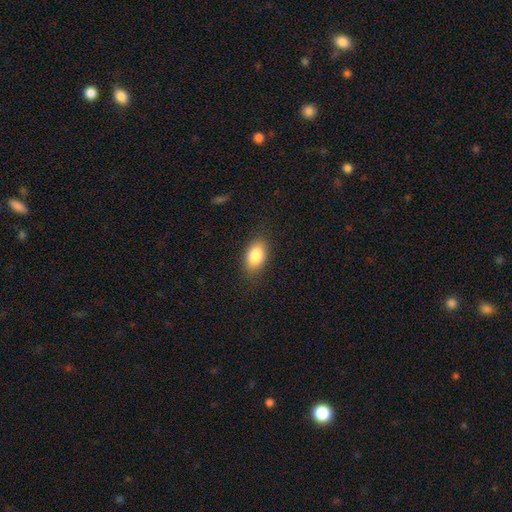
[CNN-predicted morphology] A smooth galaxy with no disk features (85%) that is in between round and cigar-shaped (89%).

Vote fractions:
- Smooth or featured? smooth: 85% / featured or disk: 8% / star or artifact: 8%
- How rounded? in between: 89% / round: 9% / cigar-shaped: 2%
- Merging? none: 85% / minor disturbance: 11% / major disturbance: 3% / merger: 1%